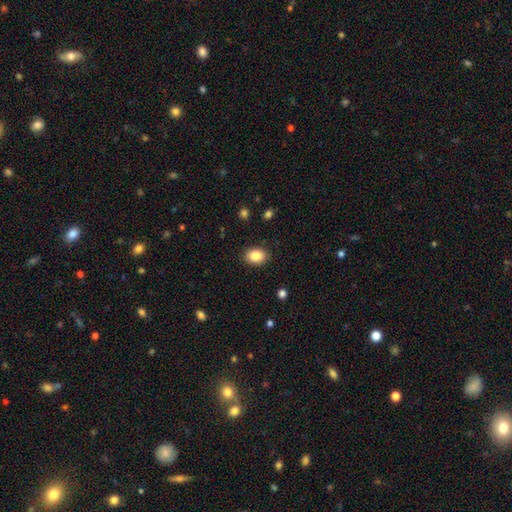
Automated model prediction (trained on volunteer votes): smooth 87%, star or artifact 8%, featured or disk 5%. Down the decision tree: how rounded — in between (79%); merging — none (89%).